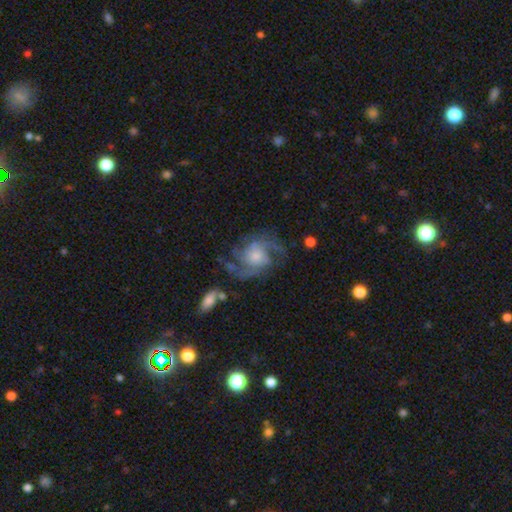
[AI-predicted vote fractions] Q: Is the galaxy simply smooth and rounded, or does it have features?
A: featured or disk — 85%.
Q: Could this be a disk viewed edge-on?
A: no — 98%.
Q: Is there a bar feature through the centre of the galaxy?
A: no — 71%.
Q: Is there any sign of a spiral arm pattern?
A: yes — 96%.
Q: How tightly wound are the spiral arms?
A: medium — 51%.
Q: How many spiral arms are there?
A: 2 — 44%.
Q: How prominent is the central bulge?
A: moderate — 41%.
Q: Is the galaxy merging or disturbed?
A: none — 67%.